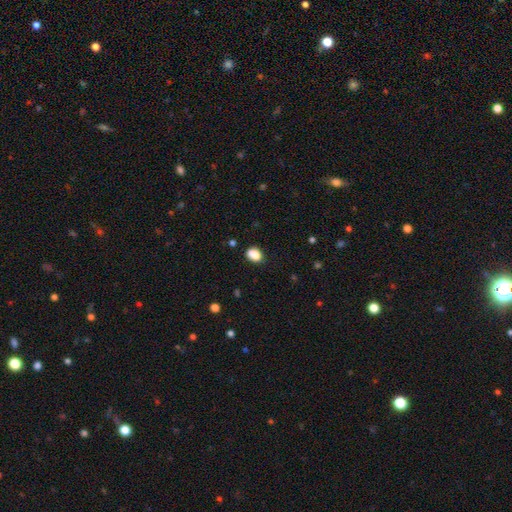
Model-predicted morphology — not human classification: smooth_or_featured: smooth (p=0.85) [alt: star or artifact p=0.10]
how_rounded: in between (p=0.68) [alt: round p=0.31]
merging: none (p=0.70) [alt: minor disturbance p=0.19]